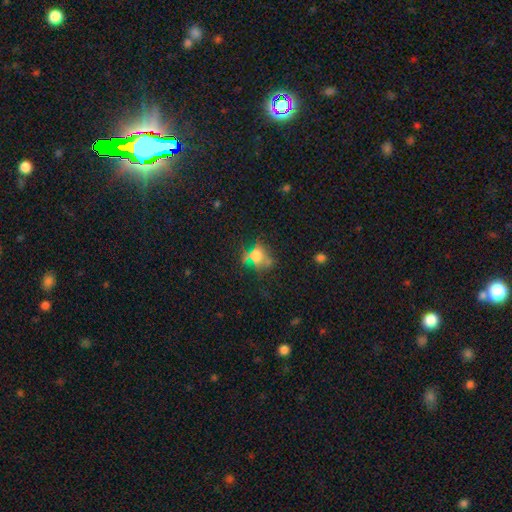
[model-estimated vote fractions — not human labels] Overall: smooth (59%; star or artifact 23%). How rounded: round (60%; in between 37%). Merging: none (52%; minor disturbance 20%).